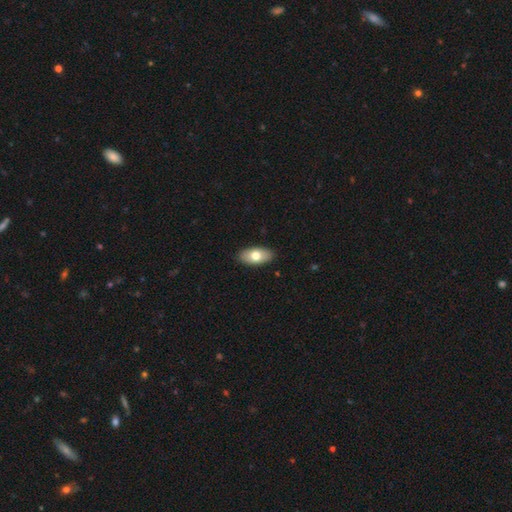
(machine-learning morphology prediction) Smooth or featured: smooth — 70% (featured or disk — 23%)
How rounded: in between — 93% (round — 4%)
Merging: none — 89% (minor disturbance — 8%)